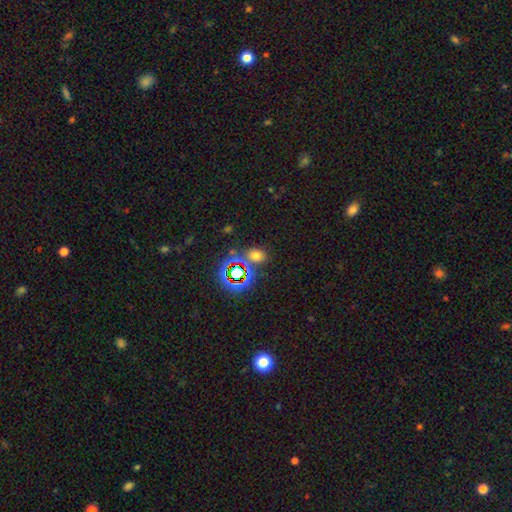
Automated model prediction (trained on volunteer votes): A smooth galaxy with no disk features (59%) that is in between round and cigar-shaped (51%).

Vote fractions:
- Smooth or featured? smooth: 59% / star or artifact: 34% / featured or disk: 8%
- How rounded? in between: 51% / round: 48% / cigar-shaped: 2%
- Merging? none: 74% / minor disturbance: 11% / merger: 10% / major disturbance: 5%